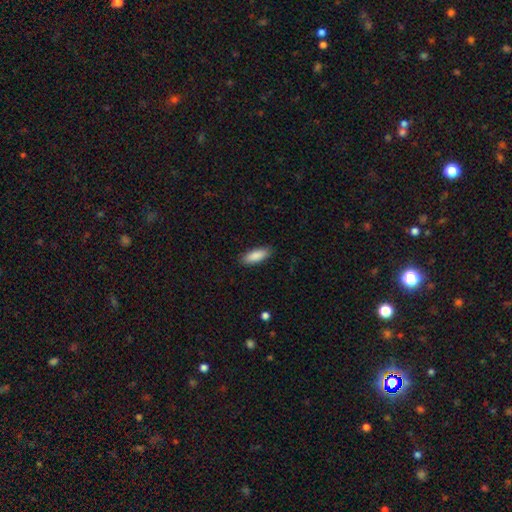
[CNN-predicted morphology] This is clearly a smooth galaxy (88%). How rounded: likely in between (69%). Merging: clearly none (88%).